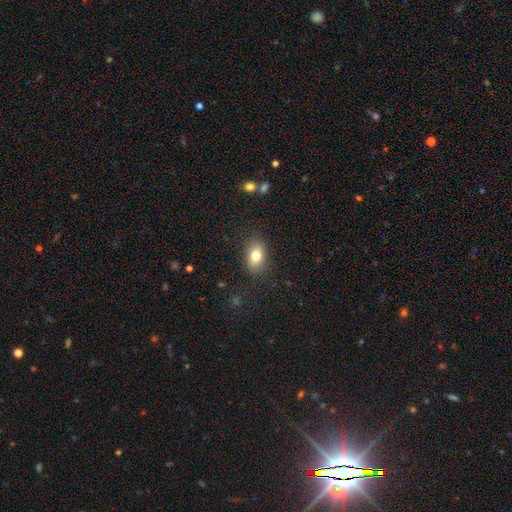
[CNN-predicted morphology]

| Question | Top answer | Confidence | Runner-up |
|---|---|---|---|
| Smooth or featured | smooth | 79% | featured or disk (12%) |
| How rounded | in between | 83% | round (15%) |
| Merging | none | 85% | minor disturbance (11%) |